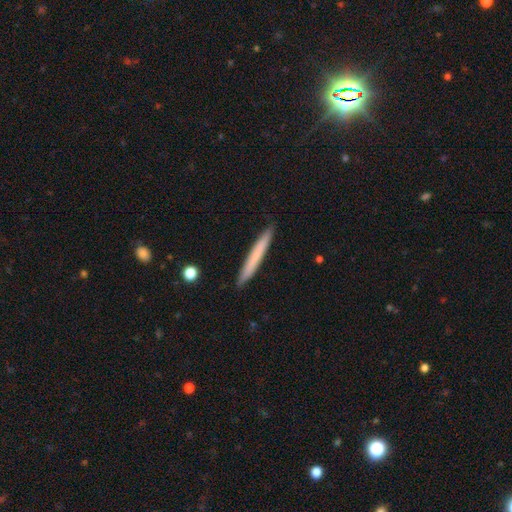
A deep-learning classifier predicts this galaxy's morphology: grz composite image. It shows a smooth galaxy with no disk features (69%) that is cigar-shaped (97%). Merging: none (91%).